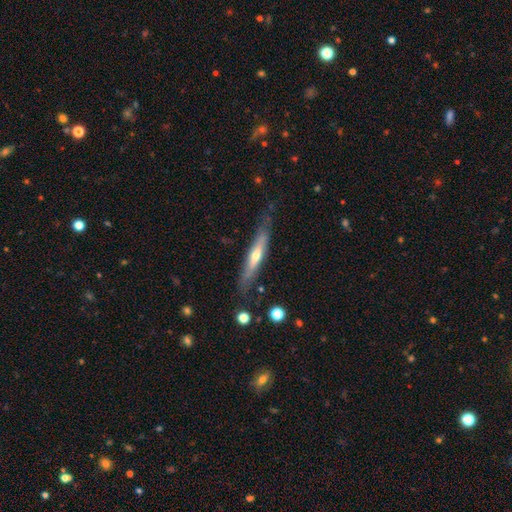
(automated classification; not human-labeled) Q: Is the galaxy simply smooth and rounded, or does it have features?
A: featured or disk — 56%.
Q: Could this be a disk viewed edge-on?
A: yes — 83%.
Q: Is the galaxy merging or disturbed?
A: none — 74%.